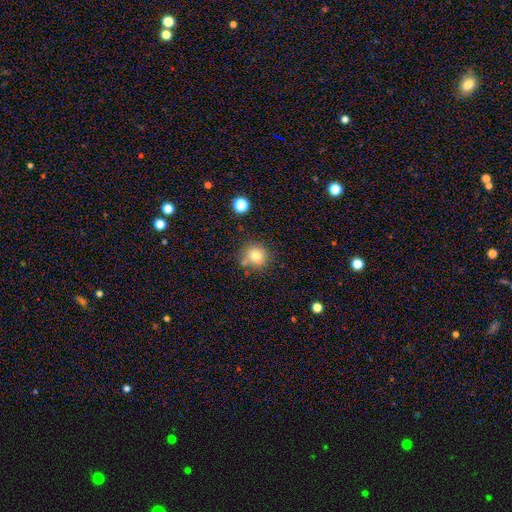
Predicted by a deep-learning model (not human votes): This appears to be a smooth galaxy with no disk features (75%) that is round (88%). Merging: none (68%).